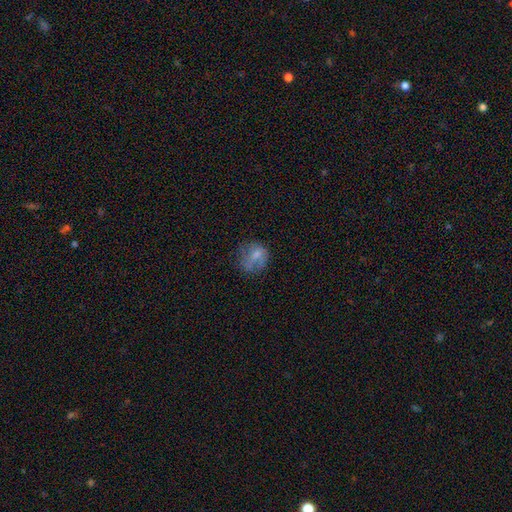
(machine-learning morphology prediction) Smooth or featured? smooth (64%)
How rounded? round (66%)
Merging? none (48%)